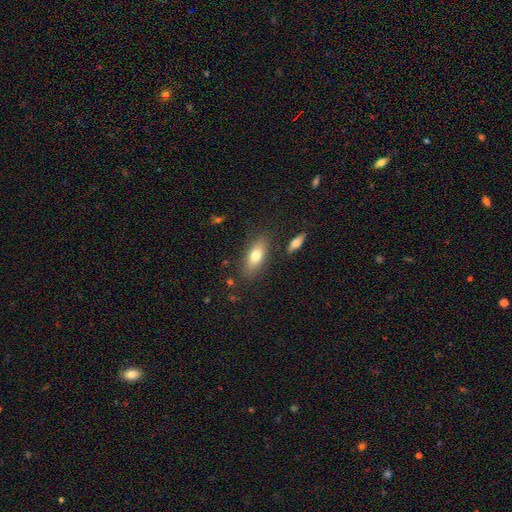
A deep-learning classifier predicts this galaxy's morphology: Smooth or featured? Predicted: smooth (p=0.75). How rounded? Predicted: in between (p=0.78). Merging? Predicted: none (p=0.81).